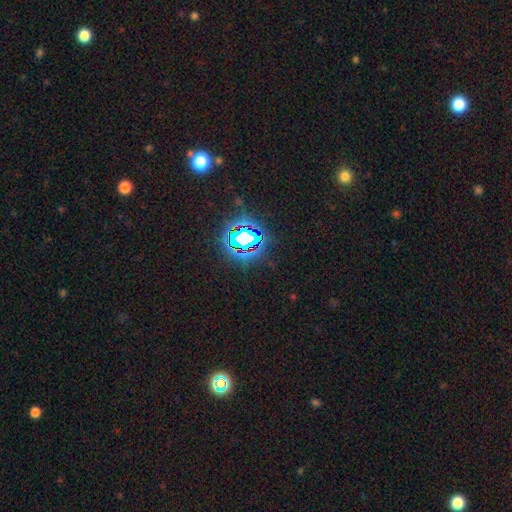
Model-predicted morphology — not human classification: type=star or artifact (81%).